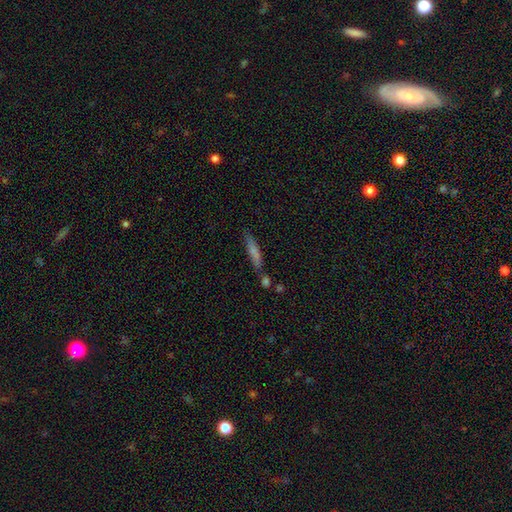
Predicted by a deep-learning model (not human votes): Smooth or featured? Predicted: smooth (p=0.56). How rounded? Predicted: cigar-shaped (p=0.91). Merging? Predicted: none (p=0.77).